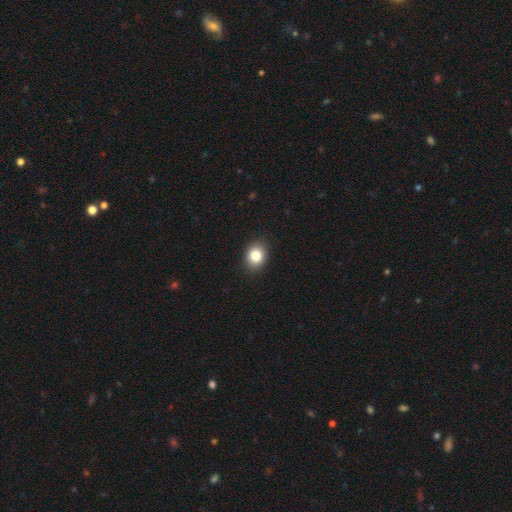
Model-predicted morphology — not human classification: A smooth galaxy with no disk features (83%) that is in between round and cigar-shaped (50%).

Vote fractions:
- Smooth or featured? smooth: 83% / star or artifact: 10% / featured or disk: 7%
- How rounded? in between: 50% / round: 49% / cigar-shaped: 1%
- Merging? none: 90% / minor disturbance: 7% / major disturbance: 2% / merger: 1%